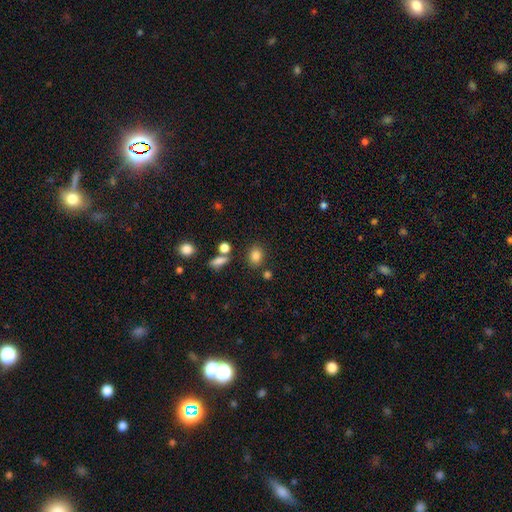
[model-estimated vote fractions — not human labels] Q: Smooth or featured?
A: smooth (83%); runner-up: star or artifact (12%)
Q: How rounded?
A: in between (54%); runner-up: round (44%)
Q: Merging?
A: none (79%); runner-up: minor disturbance (10%)